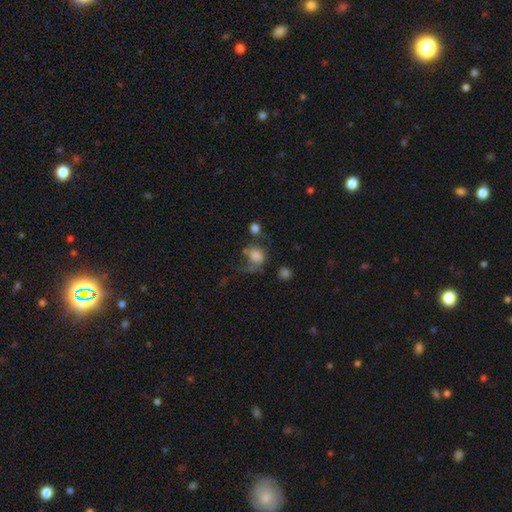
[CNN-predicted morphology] smooth 64%, featured or disk 25%, star or artifact 11%. Down the decision tree: how rounded — round (61%); merging — major disturbance (44%).